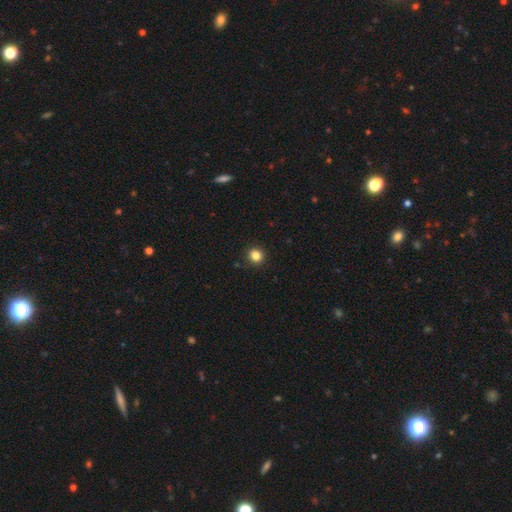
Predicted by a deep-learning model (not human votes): Q: Smooth or featured?
A: smooth (84%); runner-up: star or artifact (12%)
Q: How rounded?
A: round (88%); runner-up: in between (11%)
Q: Merging?
A: none (92%); runner-up: minor disturbance (5%)